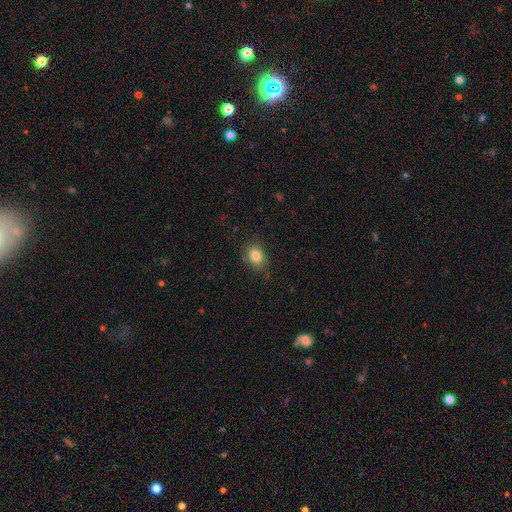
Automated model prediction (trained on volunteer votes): Overall: smooth (83%). How rounded: in between (58%; round 40%). Merging: none (80%).